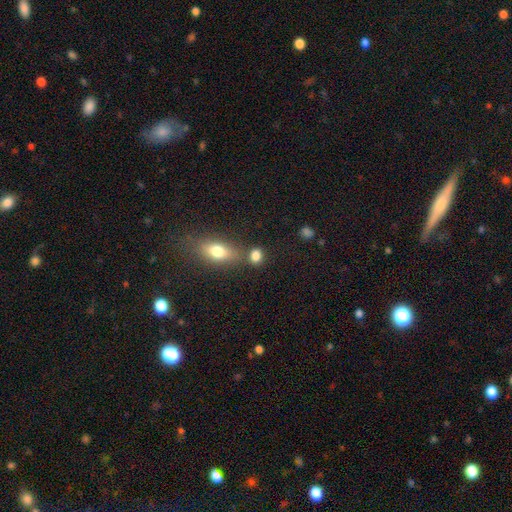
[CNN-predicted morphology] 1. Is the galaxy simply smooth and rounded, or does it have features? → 82% smooth, 11% star or artifact, 7% featured or disk.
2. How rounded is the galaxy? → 53% round, 44% in between, 3% cigar-shaped.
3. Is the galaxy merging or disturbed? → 62% none, 22% merger, 11% minor disturbance, 5% major disturbance.